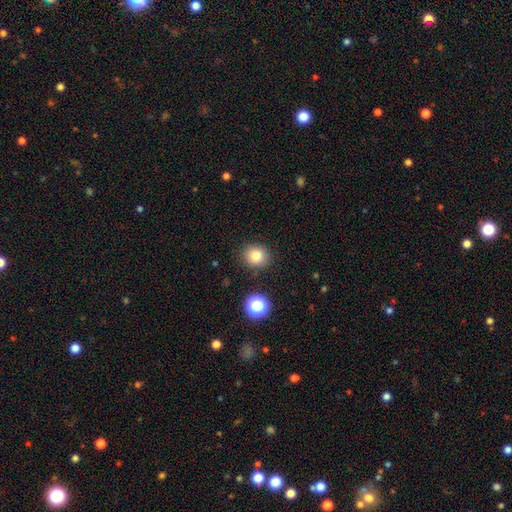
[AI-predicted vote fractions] A smooth galaxy with no disk features (79%) that is round (81%).

Vote fractions:
- Smooth or featured? smooth: 79% / star or artifact: 13% / featured or disk: 8%
- How rounded? round: 81% / in between: 18% / cigar-shaped: 1%
- Merging? none: 88% / minor disturbance: 7% / major disturbance: 2% / merger: 2%